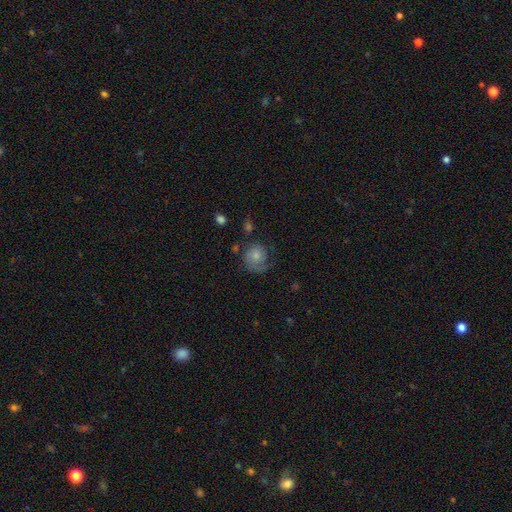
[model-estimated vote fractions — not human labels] smooth-or-featured: smooth: 48% | featured or disk: 44% | star or artifact: 8%
  merging: none: 49% | major disturbance: 25% | minor disturbance: 23% | merger: 3%